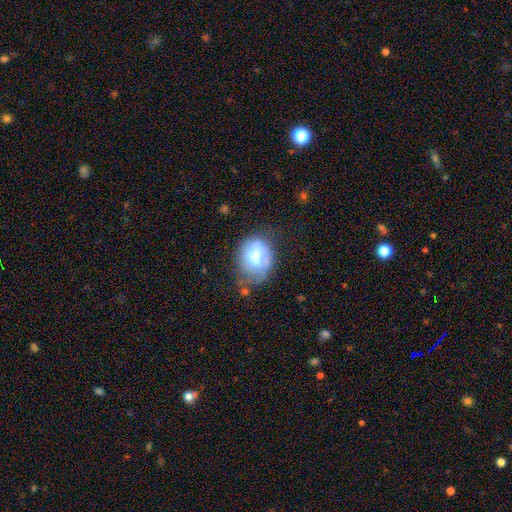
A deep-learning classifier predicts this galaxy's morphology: A smooth galaxy with no disk features (58%) that is in between round and cigar-shaped (54%). Merging: none (39%).